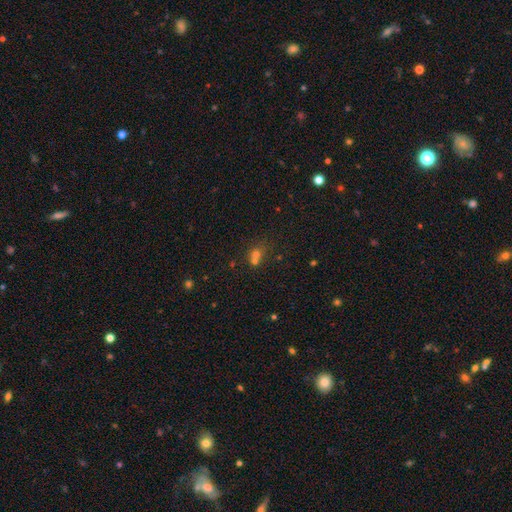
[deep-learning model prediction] Overall: smooth (56%; star or artifact 30%). How rounded: round (74%). Merging: merger (46%; none 42%).